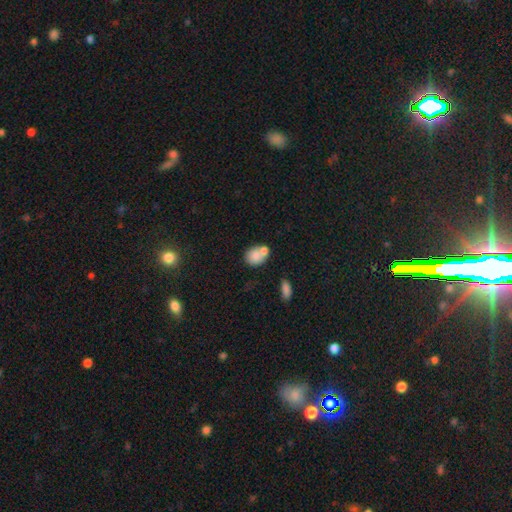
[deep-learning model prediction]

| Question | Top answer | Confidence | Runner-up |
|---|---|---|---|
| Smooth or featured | smooth | 78% | featured or disk (13%) |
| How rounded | round | 54% | in between (45%) |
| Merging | none | 42% | merger (40%) |